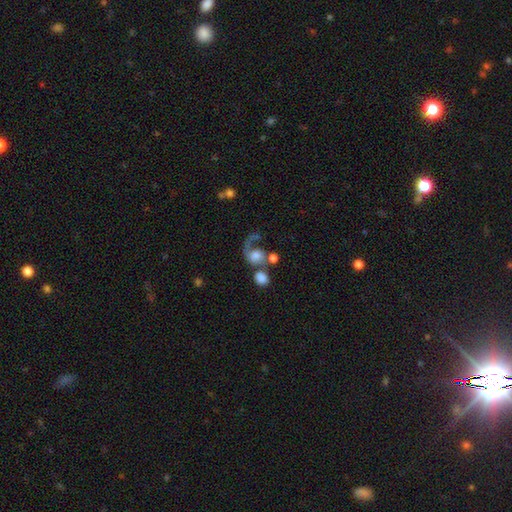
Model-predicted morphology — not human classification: A smooth galaxy with no disk features (47%).

Vote fractions:
- Smooth or featured? smooth: 47% / featured or disk: 43% / star or artifact: 10%
- Merging? major disturbance: 35% / merger: 27% / none: 26% / minor disturbance: 12%